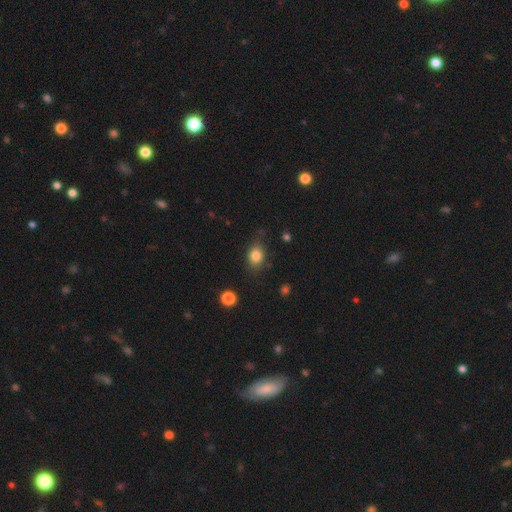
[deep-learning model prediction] This appears to be a smooth galaxy with no disk features (82%) that is in between round and cigar-shaped (65%). Merging: none (77%).